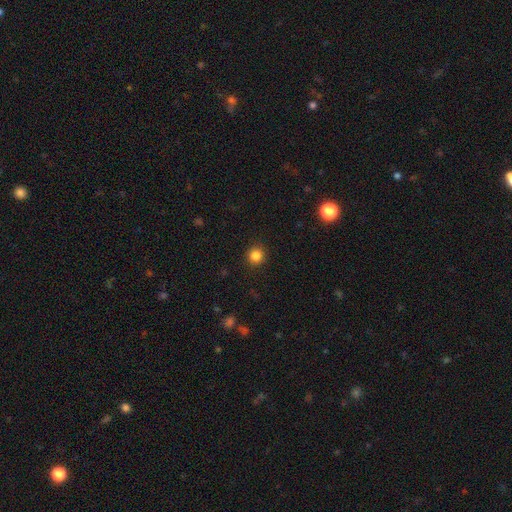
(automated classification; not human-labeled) Smooth or featured? smooth (84%)
How rounded? round (94%)
Merging? none (92%)